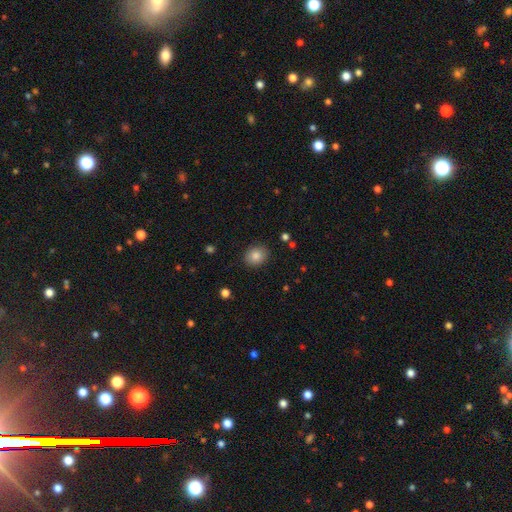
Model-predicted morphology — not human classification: Smooth or featured? smooth (85%)
How rounded? round (66%)
Merging? none (88%)